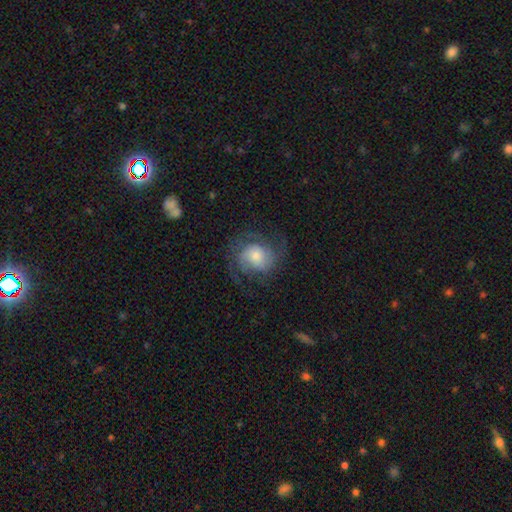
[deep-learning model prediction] smooth-or-featured: featured or disk: 70% | smooth: 22% | star or artifact: 8%
  disk-edge-on: no: 98% | yes: 2%
    bar: no: 71% | weak: 25% | strong: 5%
    has-spiral-arms: yes: 93% | no: 7%
      spiral-winding: medium: 46% | tight: 35% | loose: 18%
      spiral-arm-count: 2: 53% | can't tell: 17% | 3: 16% | 1: 5% | 4: 5% | more than 4: 4%
    bulge-size: moderate: 42% | small: 32% | large: 19% | none: 4% | dominant: 3%
  merging: none: 68% | minor disturbance: 17% | major disturbance: 14% | merger: 1%